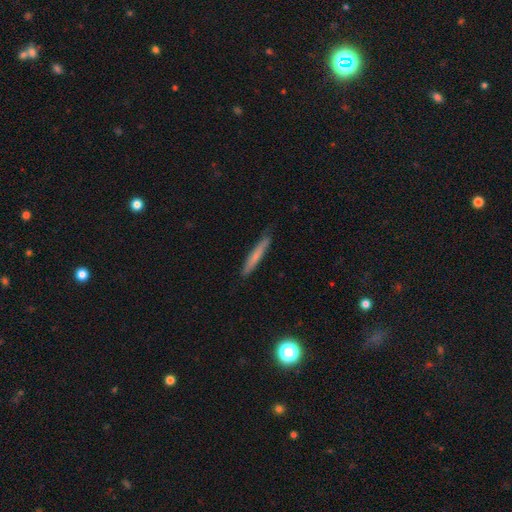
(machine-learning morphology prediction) The model was most divided on "smooth or featured": smooth: 66%, featured or disk: 27%, star or artifact: 7%. More confident: how rounded — cigar-shaped (95%); merging — none (85%).